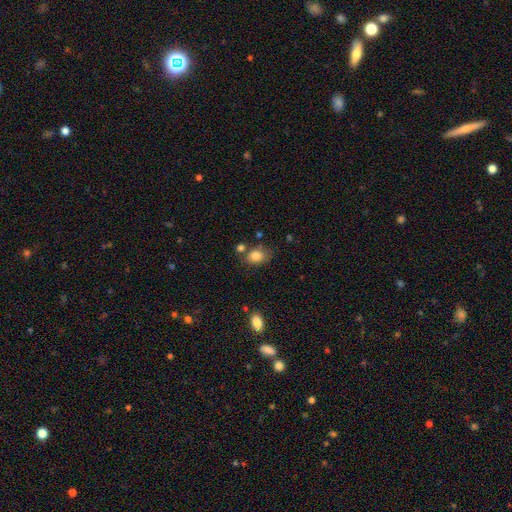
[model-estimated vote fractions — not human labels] This is clearly a smooth galaxy (83%). How rounded: likely in between (66%). Merging: likely none (62%).